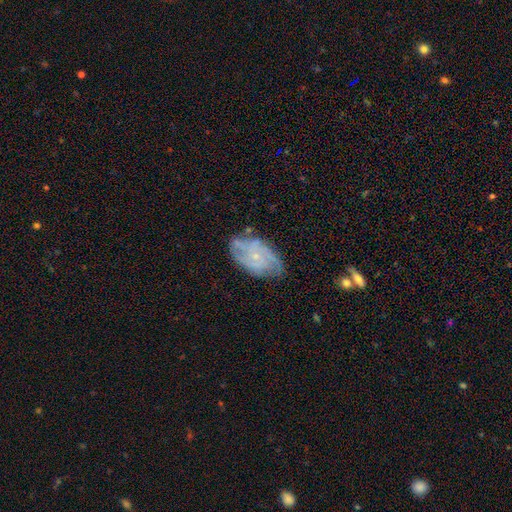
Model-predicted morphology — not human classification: Smooth or featured? Predicted: featured or disk (p=0.80). Edge-on disk? Predicted: no (p=0.97). Bar? Predicted: no (p=0.76). Spiral arms? Predicted: yes (p=0.93). Spiral winding? Predicted: tight (p=0.52). Spiral arm count? Predicted: can't tell (p=0.31). Bulge size? Predicted: small (p=0.80). Merging? Predicted: none (p=0.67).